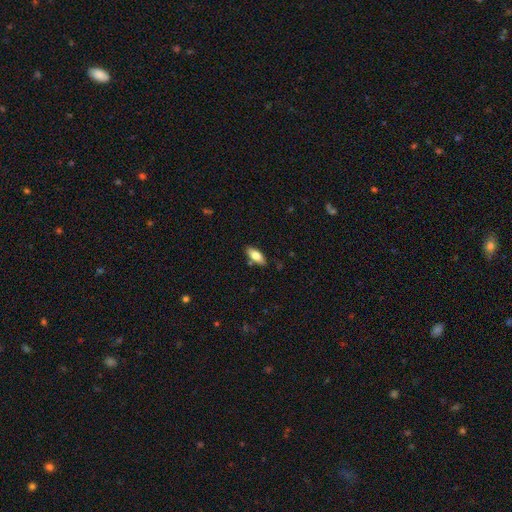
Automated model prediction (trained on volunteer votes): Smooth or featured? Predicted: smooth (p=0.75). How rounded? Predicted: in between (p=0.82). Merging? Predicted: none (p=0.83).